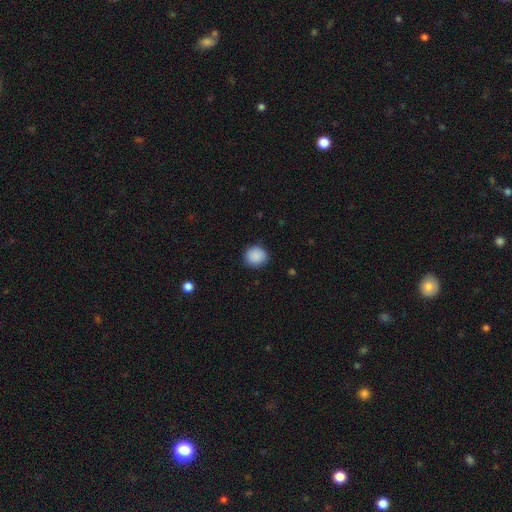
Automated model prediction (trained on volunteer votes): smooth-or-featured: smooth: 89% | star or artifact: 8% | featured or disk: 3%
  how-rounded: round: 86% | in between: 13% | cigar-shaped: 1%
  merging: none: 86% | minor disturbance: 11% | major disturbance: 2% | merger: 1%